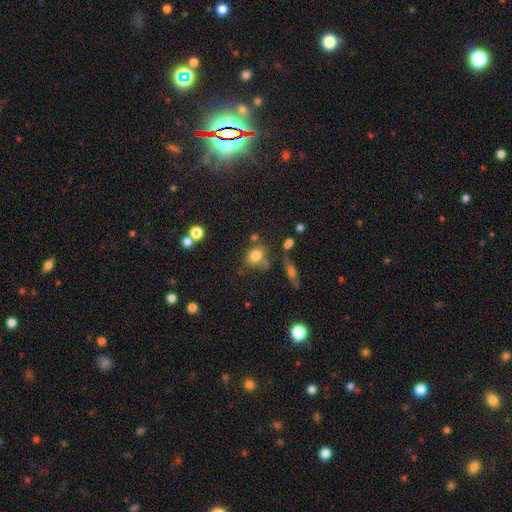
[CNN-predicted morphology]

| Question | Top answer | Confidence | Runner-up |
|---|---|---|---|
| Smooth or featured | smooth | 78% | star or artifact (12%) |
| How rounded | round | 51% | in between (47%) |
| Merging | none | 63% | minor disturbance (17%) |